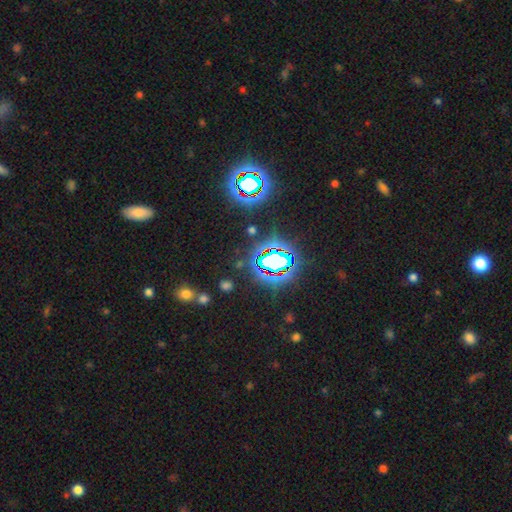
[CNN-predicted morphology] This is likely a star or artifact rather than a galaxy (78%).